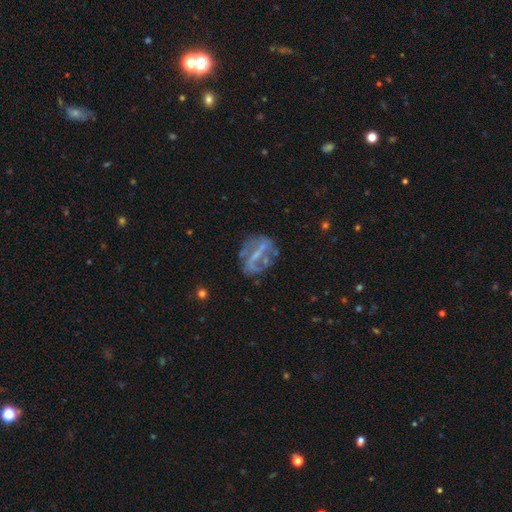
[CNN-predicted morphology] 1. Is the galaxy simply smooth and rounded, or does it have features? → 71% featured or disk, 19% smooth, 11% star or artifact.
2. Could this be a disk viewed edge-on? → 94% no, 6% yes.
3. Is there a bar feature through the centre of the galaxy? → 46% strong, 31% weak, 23% no.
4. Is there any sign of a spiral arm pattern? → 51% no, 49% yes.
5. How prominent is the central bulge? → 42% small, 39% none, 16% moderate, 2% large, 1% dominant.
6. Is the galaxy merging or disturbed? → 55% none, 20% minor disturbance, 19% major disturbance, 6% merger.